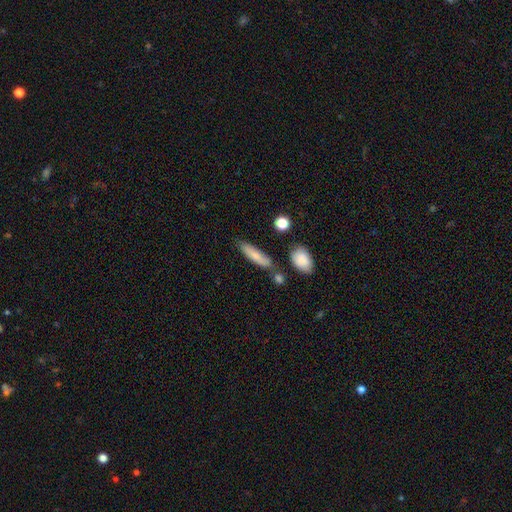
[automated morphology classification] Smooth or featured? Predicted: smooth (p=0.77). How rounded? Predicted: cigar-shaped (p=0.65). Merging? Predicted: none (p=0.74).